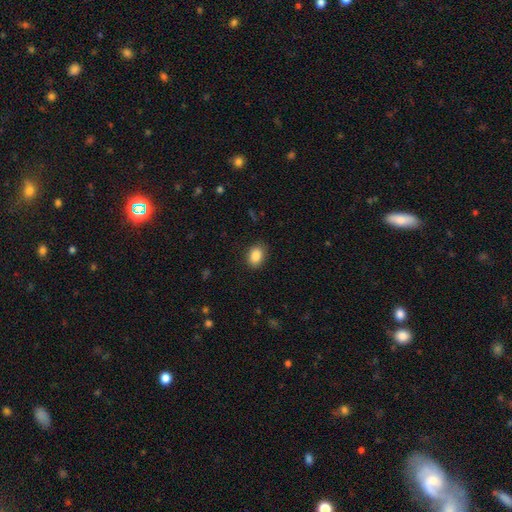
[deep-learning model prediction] Smooth or featured: smooth — 87% (star or artifact — 8%)
How rounded: in between — 75% (round — 24%)
Merging: none — 87% (minor disturbance — 10%)